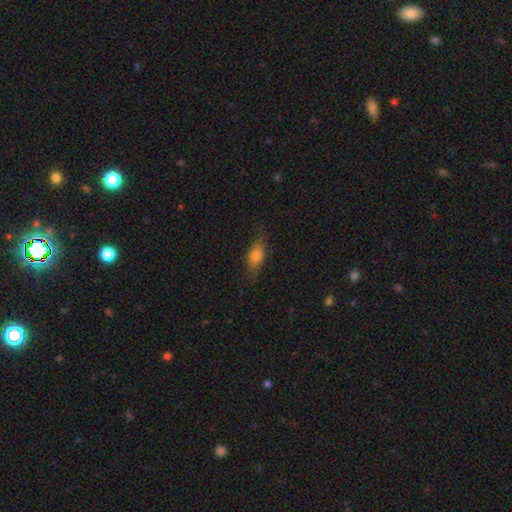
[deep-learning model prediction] Smooth or featured? smooth (65%)
How rounded? in between (67%)
Merging? none (77%)